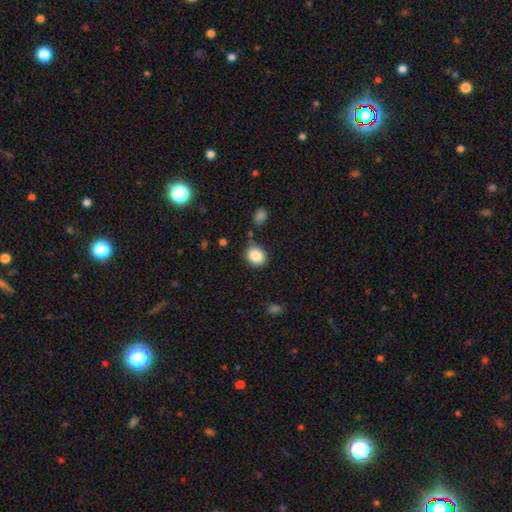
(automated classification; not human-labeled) The model was most divided on "how rounded": round: 69%, in between: 30%, cigar-shaped: 1%. More confident: smooth or featured — smooth (85%); merging — none (78%).